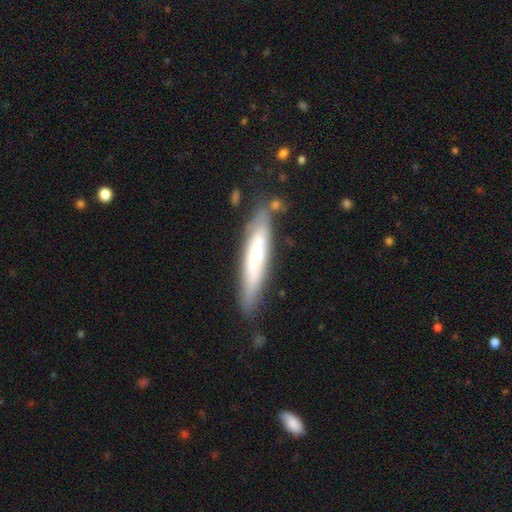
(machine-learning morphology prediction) This is possibly a smooth galaxy (56%). How rounded: clearly cigar-shaped (86%). Merging: likely none (74%).